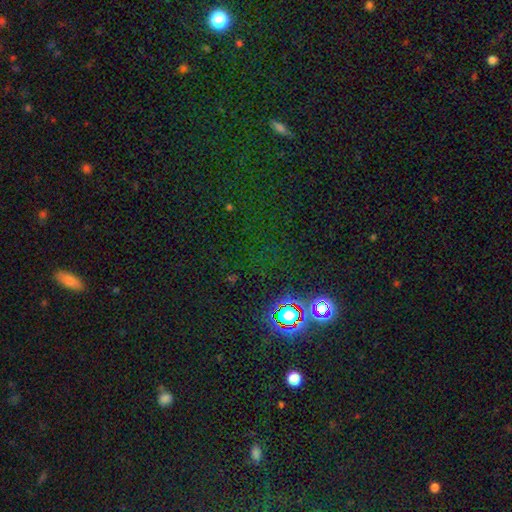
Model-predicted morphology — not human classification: Smooth or featured: star or artifact — 73% (smooth — 19%)